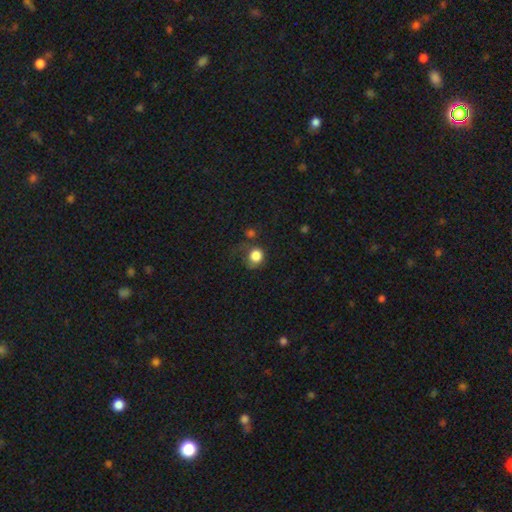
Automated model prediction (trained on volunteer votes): This is clearly a smooth galaxy (83%). How rounded: likely round (78%). Merging: possibly none (48%).